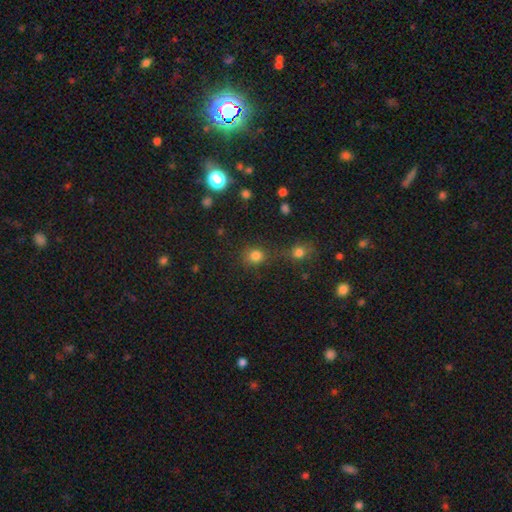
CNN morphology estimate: smooth 78%, star or artifact 16%, featured or disk 5%. Down the decision tree: how rounded — round (80%); merging — none (64%).